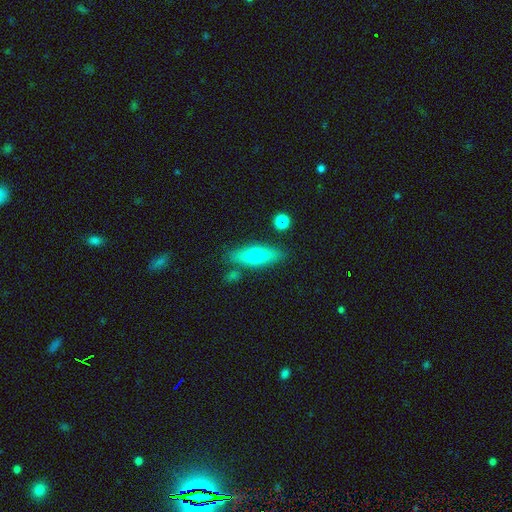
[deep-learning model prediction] smooth-or-featured: smooth: 58% | featured or disk: 35% | star or artifact: 7%
  how-rounded: cigar-shaped: 51% | in between: 46% | round: 3%
  merging: none: 80% | minor disturbance: 12% | merger: 5% | major disturbance: 3%